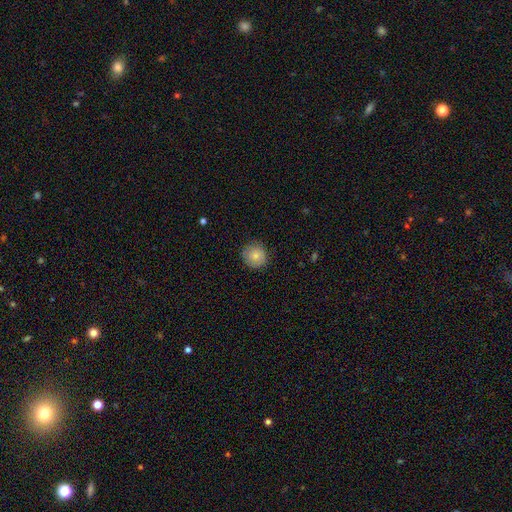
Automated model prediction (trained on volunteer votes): A smooth galaxy with no disk features (82%) that is round (92%). Merging: none (86%).